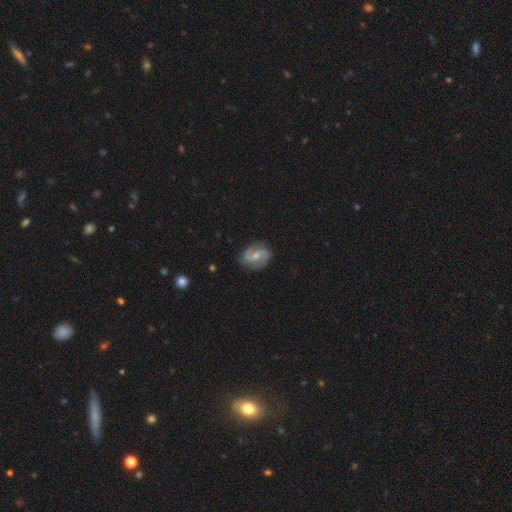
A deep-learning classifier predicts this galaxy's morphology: Smooth or featured: featured or disk — 81% (smooth — 14%)
Edge-on disk: no — 97% (yes — 3%)
Bar: weak — 50% (no — 35%)
Spiral arms: yes — 95% (no — 5%)
Spiral winding: medium — 50% (tight — 27%)
Spiral arm count: 2 — 89% (can't tell — 5%)
Bulge size: moderate — 55% (small — 37%)
Merging: none — 81% (minor disturbance — 14%)